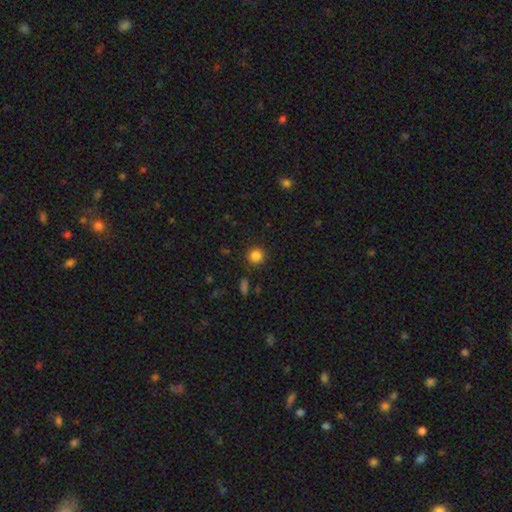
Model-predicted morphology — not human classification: This appears to be a smooth galaxy with no disk features (85%) that is round (92%). Merging: none (88%).